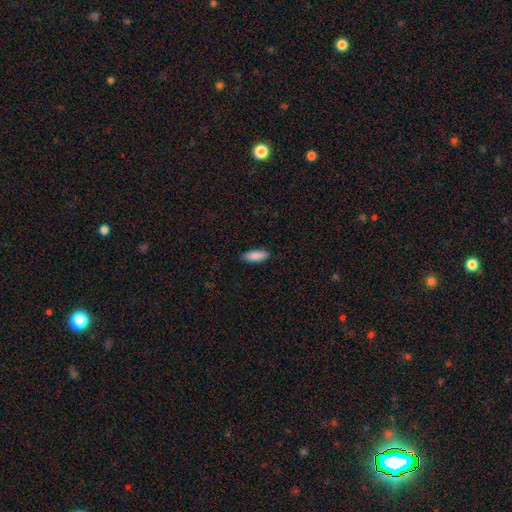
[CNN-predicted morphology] This is clearly a smooth galaxy (90%). How rounded: likely in between (72%). Merging: clearly none (88%).